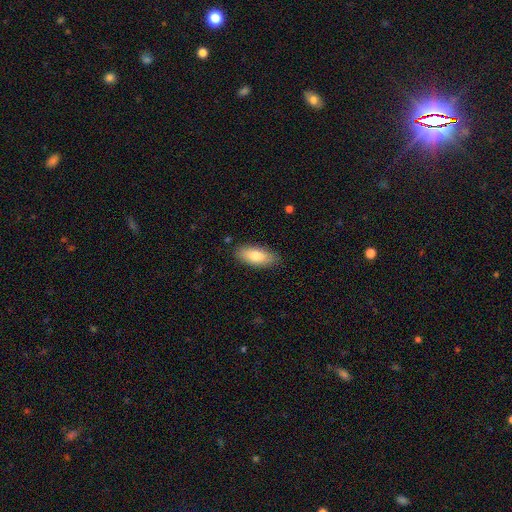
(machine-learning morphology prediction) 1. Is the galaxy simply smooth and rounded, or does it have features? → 80% smooth, 14% featured or disk, 6% star or artifact.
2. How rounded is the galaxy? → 84% in between, 13% cigar-shaped, 2% round.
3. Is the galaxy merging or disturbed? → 86% none, 10% minor disturbance, 2% major disturbance, 1% merger.